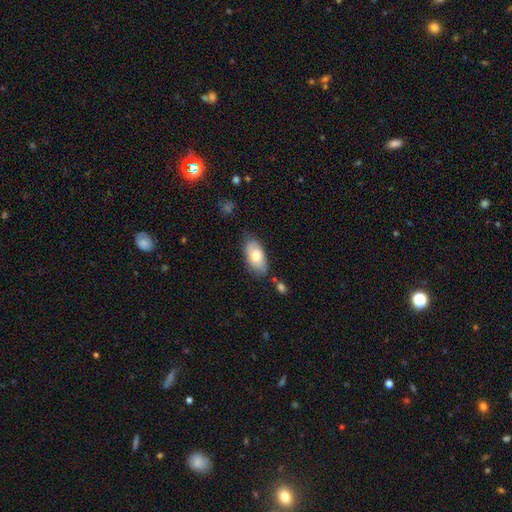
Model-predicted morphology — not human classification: This is likely a smooth galaxy (69%). How rounded: clearly in between (93%). Merging: likely none (71%).